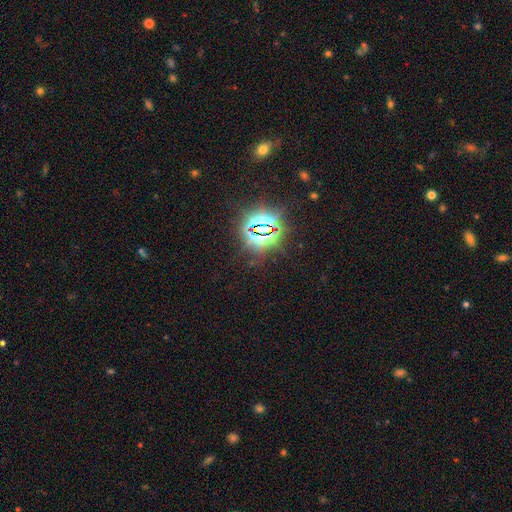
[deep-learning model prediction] This is clearly a star or artifact rather than a galaxy (84%).